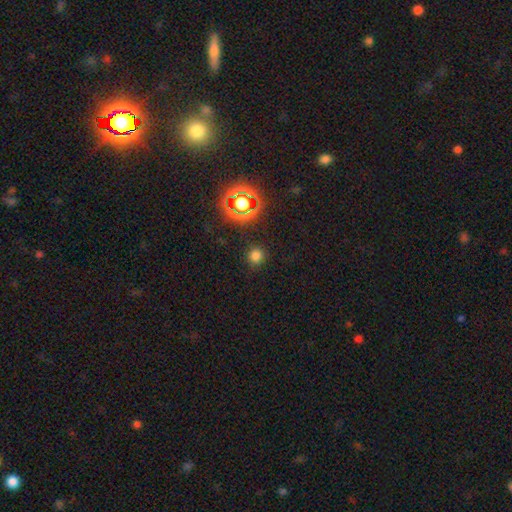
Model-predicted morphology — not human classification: This is likely a smooth galaxy (72%). How rounded: clearly round (92%). Merging: clearly none (88%).